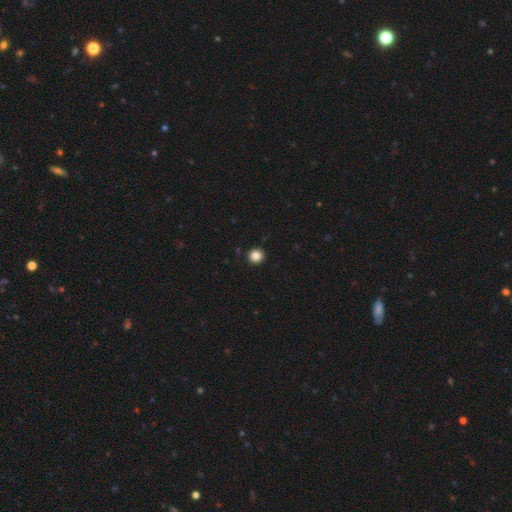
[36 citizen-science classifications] A smooth galaxy with no disk features (92%) that is round (100%). Merging: none (94%).